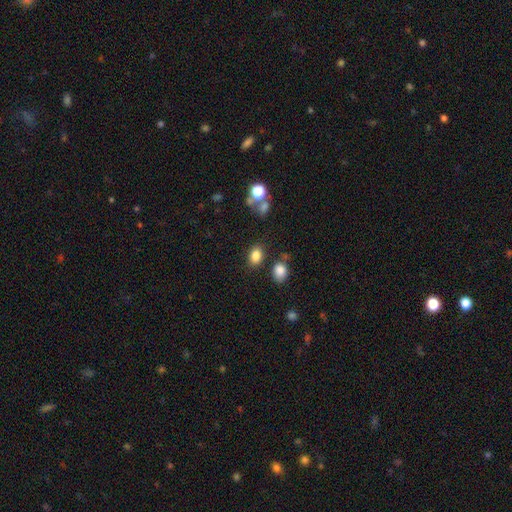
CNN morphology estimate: smooth-or-featured: smooth: 83% | star or artifact: 11% | featured or disk: 6%
  how-rounded: in between: 71% | round: 28% | cigar-shaped: 1%
  merging: none: 77% | minor disturbance: 12% | merger: 7% | major disturbance: 4%